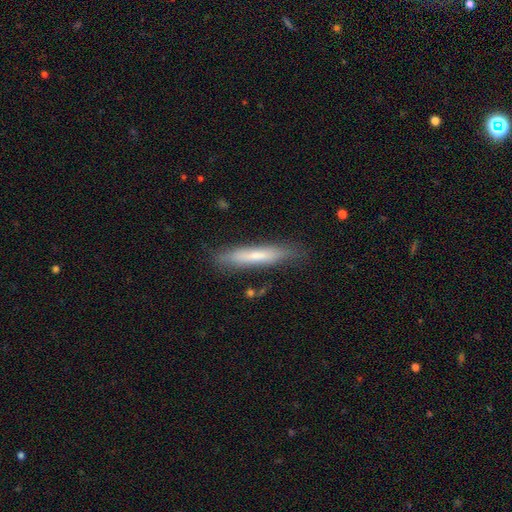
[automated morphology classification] Smooth or featured: smooth — 63% (featured or disk — 30%)
How rounded: cigar-shaped — 90% (in between — 9%)
Merging: none — 79% (minor disturbance — 15%)